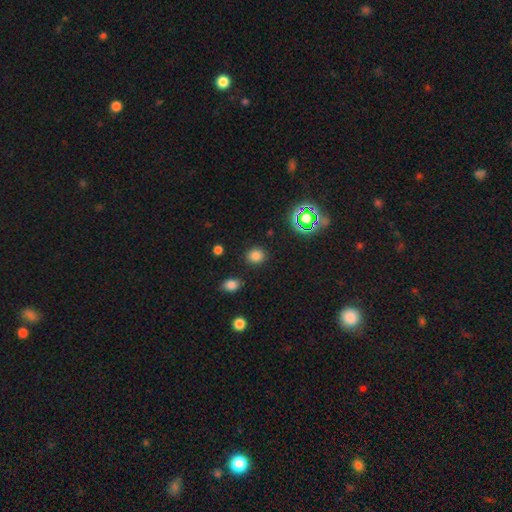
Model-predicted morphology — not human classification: Smooth or featured? Predicted: smooth (p=0.79). How rounded? Predicted: round (p=0.78). Merging? Predicted: none (p=0.87).